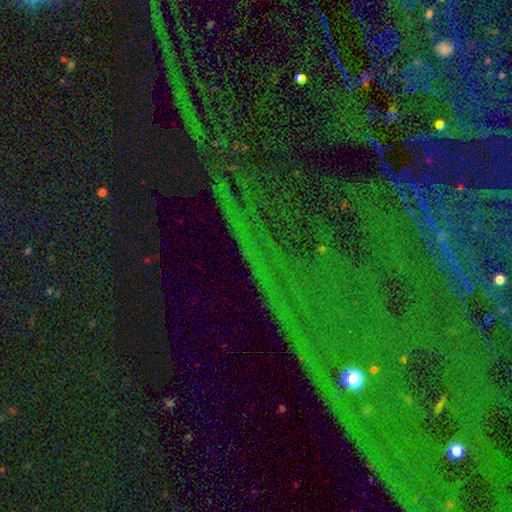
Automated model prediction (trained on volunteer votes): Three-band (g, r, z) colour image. It shows a star or artifact, not a galaxy (85%).